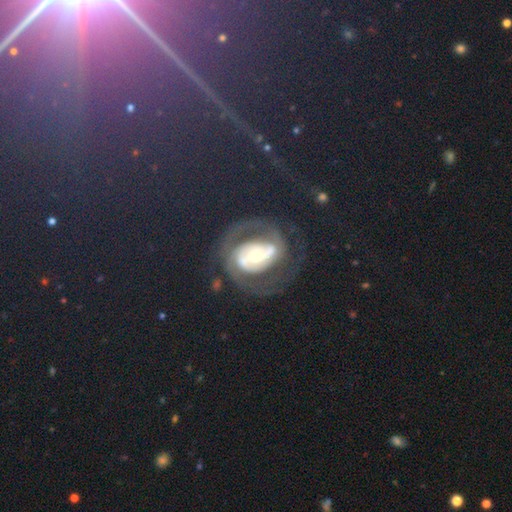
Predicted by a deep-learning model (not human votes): This is clearly a featured or disk galaxy (86%). It is clearly not viewed edge-on (97%). Bar: marginally strong (37%). Spiral arm pattern: clearly yes (94%). Spiral arm count: likely 2 (79%). Spiral winding: possibly medium (45%). Central bulge: possibly moderate (48%). Merging: likely none (65%).